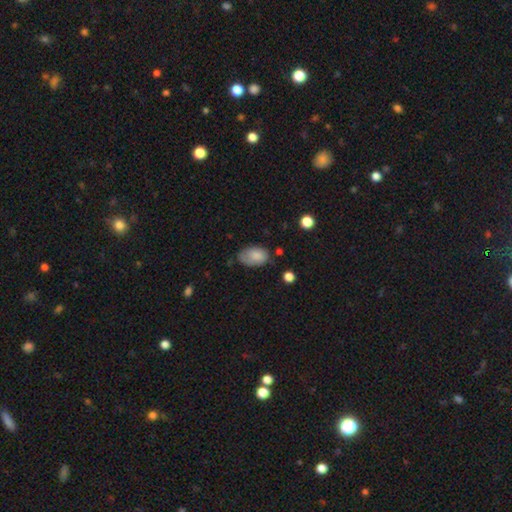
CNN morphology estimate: smooth 81%, featured or disk 12%, star or artifact 7%. Down the decision tree: how rounded — in between (92%); merging — none (55%).